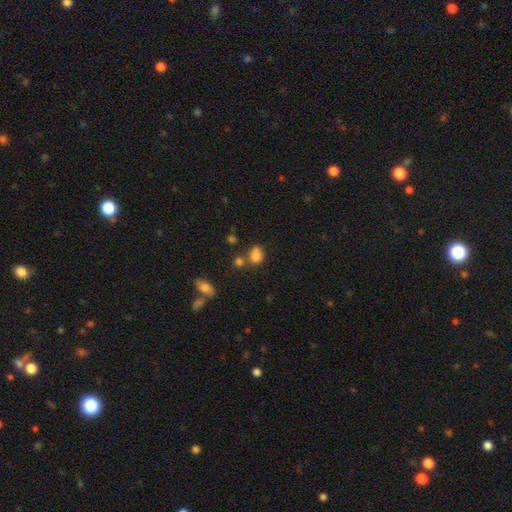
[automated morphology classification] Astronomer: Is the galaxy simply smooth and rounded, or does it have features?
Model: smooth — 79%.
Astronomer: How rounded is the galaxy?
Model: round — 51% (runner-up: in between, 48%).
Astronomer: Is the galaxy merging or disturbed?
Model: none — 48% (runner-up: merger, 25%).